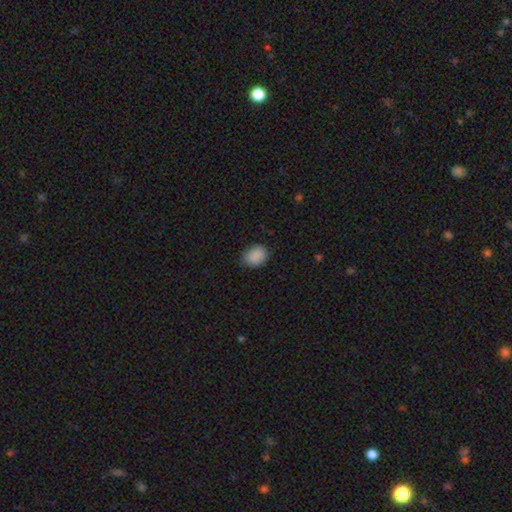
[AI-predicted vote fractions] Smooth or featured? Predicted: smooth (p=0.89). How rounded? Predicted: in between (p=0.63). Merging? Predicted: none (p=0.78).